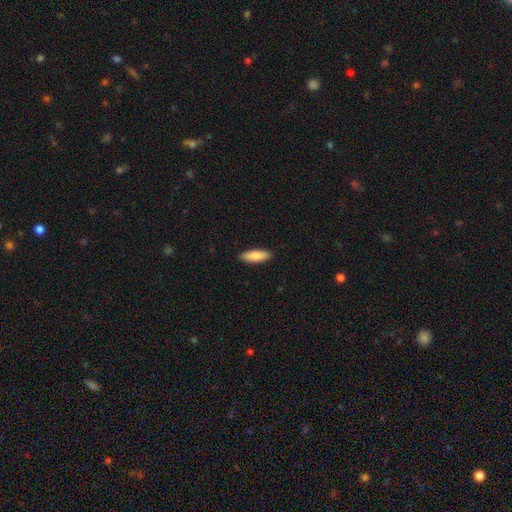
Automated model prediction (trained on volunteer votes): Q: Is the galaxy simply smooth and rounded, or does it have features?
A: smooth — 87%.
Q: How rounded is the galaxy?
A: in between — 54%.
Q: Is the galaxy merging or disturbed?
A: none — 90%.